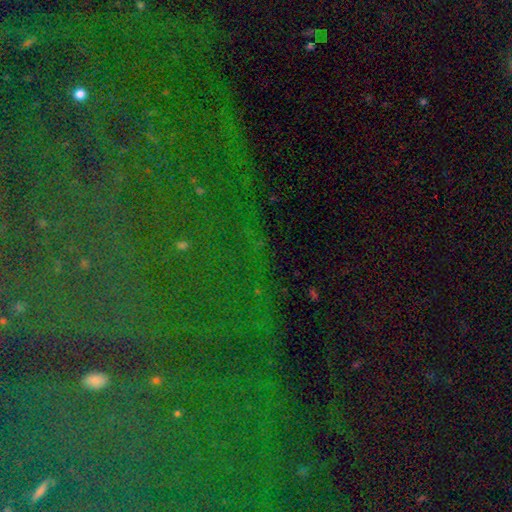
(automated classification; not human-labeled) Overall: star or artifact (80%).